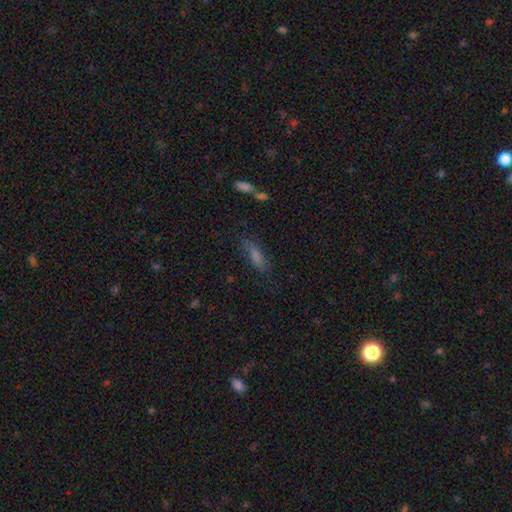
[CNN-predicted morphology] A smooth galaxy with no disk features (56%) that is cigar-shaped (54%).

Vote fractions:
- Smooth or featured? smooth: 56% / featured or disk: 25% / star or artifact: 19%
- How rounded? cigar-shaped: 54% / in between: 42% / round: 4%
- Merging? none: 69% / minor disturbance: 19% / major disturbance: 8% / merger: 4%